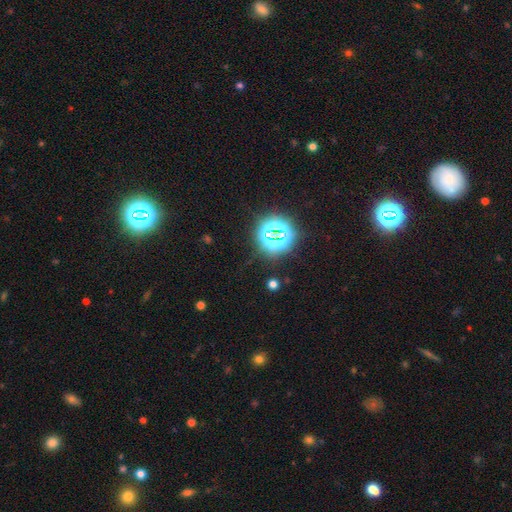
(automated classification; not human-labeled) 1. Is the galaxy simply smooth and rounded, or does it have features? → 75% star or artifact, 18% smooth, 7% featured or disk.